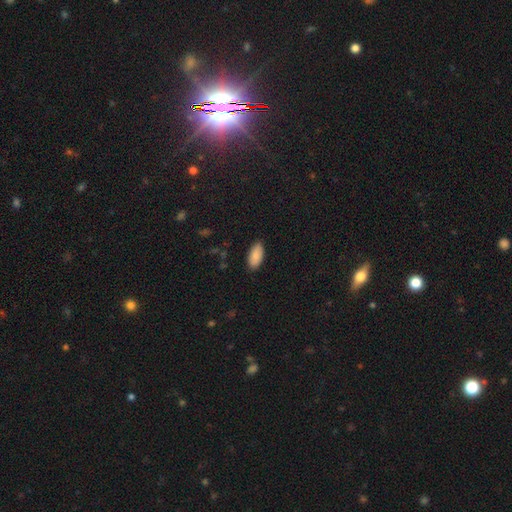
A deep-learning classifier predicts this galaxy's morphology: This appears to be a smooth galaxy with no disk features (89%) that is in between round and cigar-shaped (93%). Merging: none (87%).